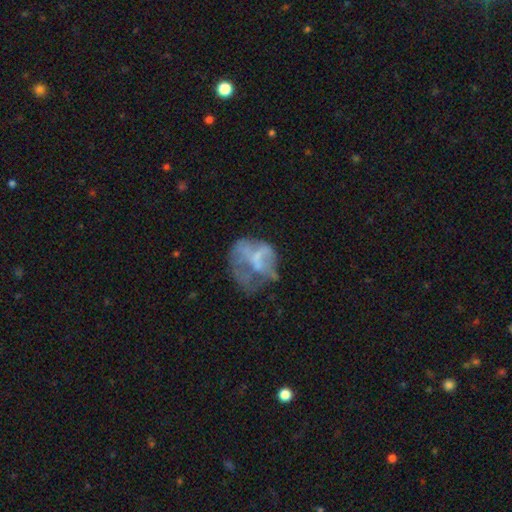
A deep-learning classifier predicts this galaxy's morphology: Smooth or featured: featured or disk — 51% (smooth — 36%)
Edge-on disk: no — 98% (yes — 2%)
Merging: major disturbance — 41% (none — 31%)